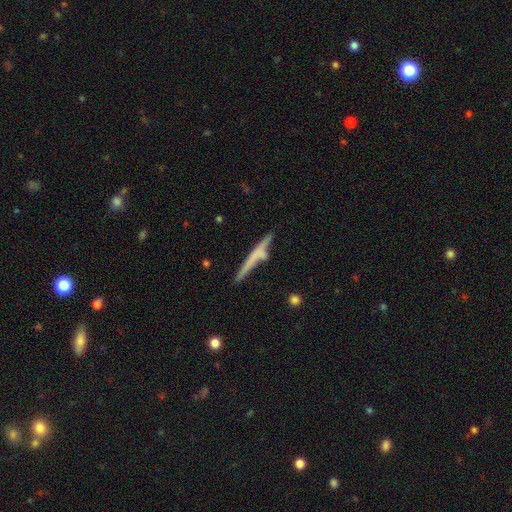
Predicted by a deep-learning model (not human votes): This appears to be a featured or disk galaxy (49%). Merging: none (68%).